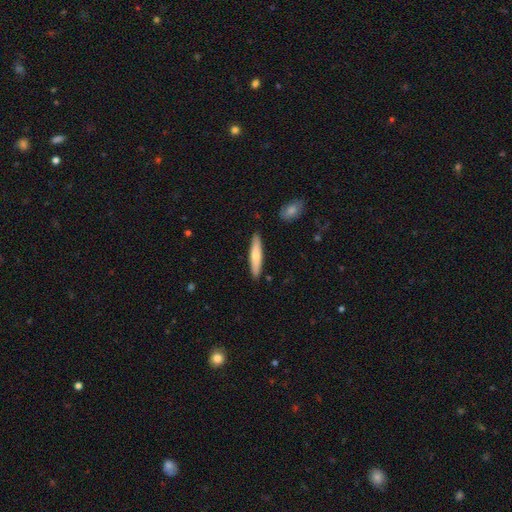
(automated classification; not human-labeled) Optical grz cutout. It shows a smooth galaxy with no disk features (70%) that is cigar-shaped (87%). Merging: none (89%).